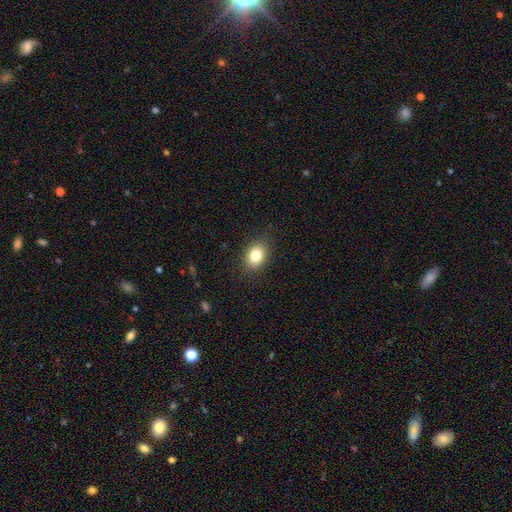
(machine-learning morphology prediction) Q: Smooth or featured?
A: smooth (81%); runner-up: star or artifact (10%)
Q: How rounded?
A: in between (70%); runner-up: round (29%)
Q: Merging?
A: none (86%); runner-up: minor disturbance (11%)